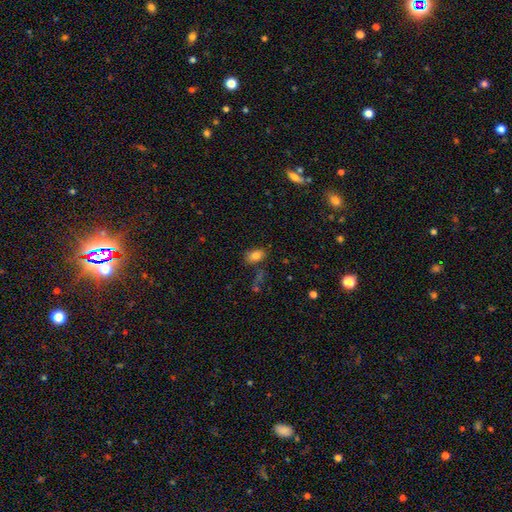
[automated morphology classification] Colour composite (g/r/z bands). It shows a smooth galaxy with no disk features (80%) that is in between round and cigar-shaped (85%). Merging: none (70%).